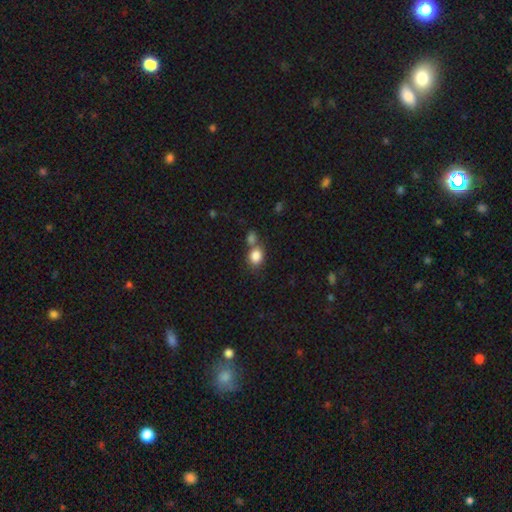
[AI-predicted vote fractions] A smooth galaxy with no disk features (85%) that is round (55%). Merging: none (47%).